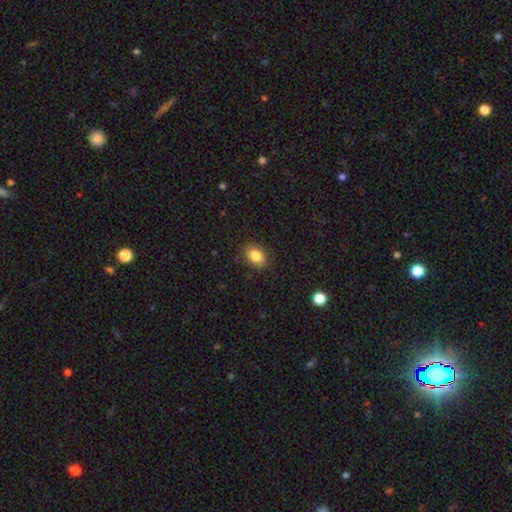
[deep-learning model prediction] smooth_or_featured: smooth (p=0.85) [alt: star or artifact p=0.09]
how_rounded: in between (p=0.81) [alt: round p=0.18]
merging: none (p=0.86) [alt: minor disturbance p=0.11]